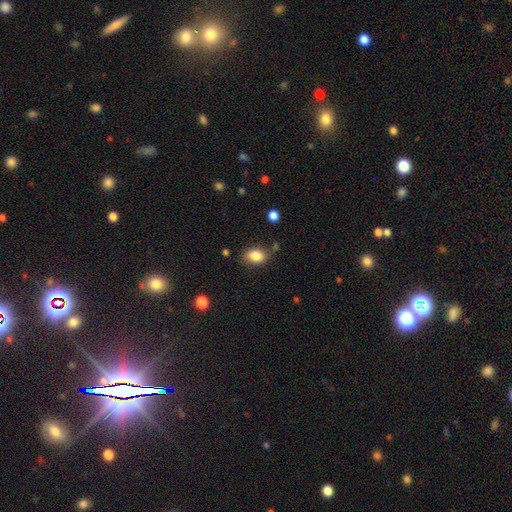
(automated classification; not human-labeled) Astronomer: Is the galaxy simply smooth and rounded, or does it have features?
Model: smooth — 84%.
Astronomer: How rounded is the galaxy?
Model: in between — 76%.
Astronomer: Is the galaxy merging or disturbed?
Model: none — 73%.